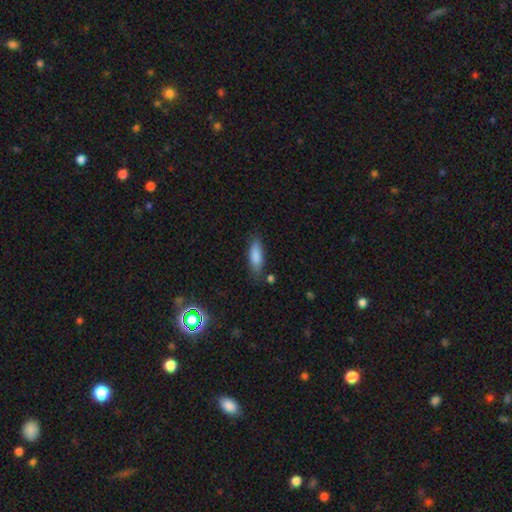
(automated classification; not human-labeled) smooth_or_featured: smooth (p=0.84) [alt: featured or disk p=0.08]
how_rounded: in between (p=0.61) [alt: cigar-shaped p=0.37]
merging: none (p=0.74) [alt: minor disturbance p=0.18]